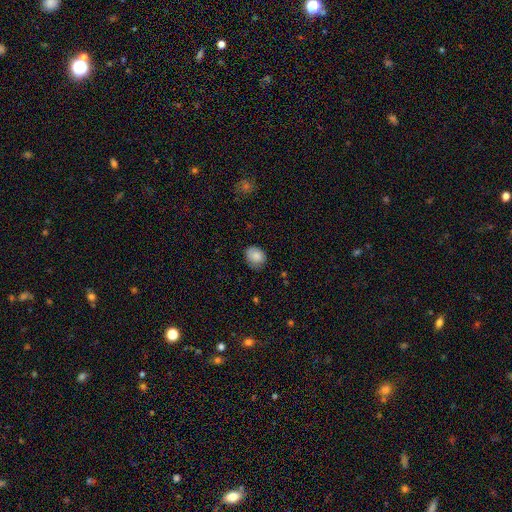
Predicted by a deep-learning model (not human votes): Smooth or featured?
  - smooth: 85% *
  - star or artifact: 8%
  - featured or disk: 7%
How rounded?
  - in between: 50% * (tied)
  - round: 50% * (tied)
  - cigar-shaped: 1%
Merging?
  - none: 72% *
  - minor disturbance: 23%
  - major disturbance: 4%
  - merger: 1%